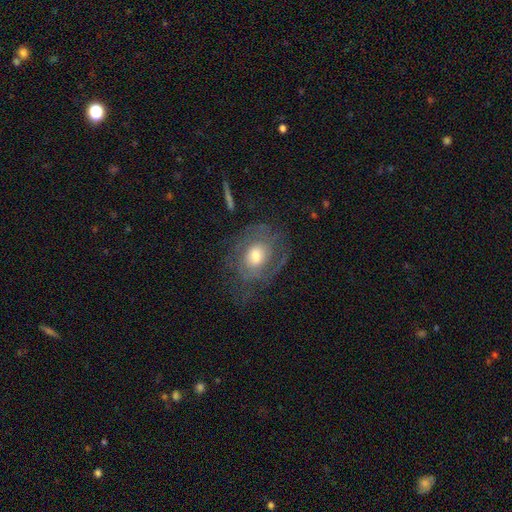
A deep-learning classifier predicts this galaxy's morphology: type=featured or disk (56%); edge-on=no (95%); bar=no (76%); spiral arms=yes (61%); bulge=moderate (63%); merging=none (56%).